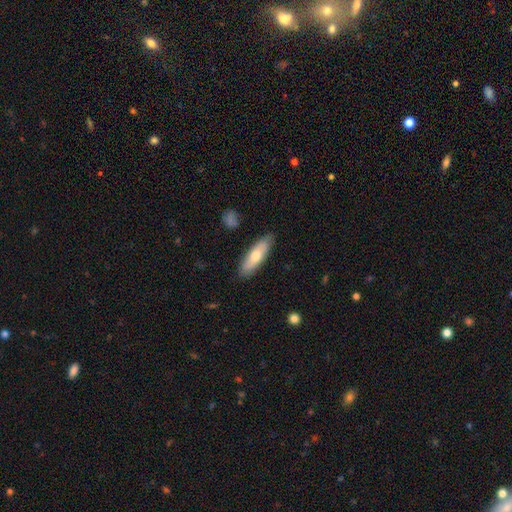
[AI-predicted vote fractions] smooth 67%, featured or disk 27%, star or artifact 6%. Down the decision tree: how rounded — in between (52%); merging — none (84%).